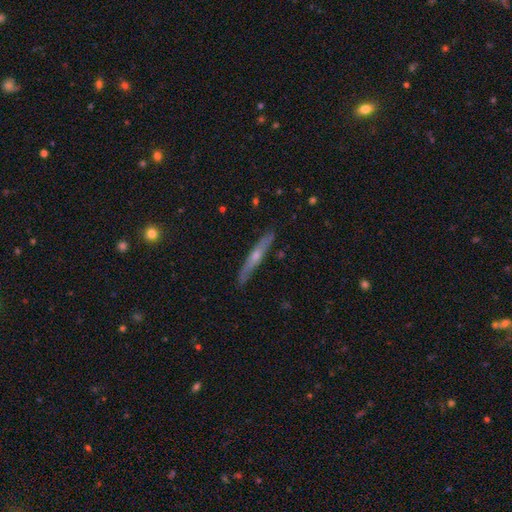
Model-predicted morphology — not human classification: Smooth or featured: featured or disk — 65% (smooth — 29%)
Edge-on disk: yes — 94% (no — 6%)
Edge-on bulge: rounded — 74% (none — 23%)
Merging: none — 85% (minor disturbance — 11%)